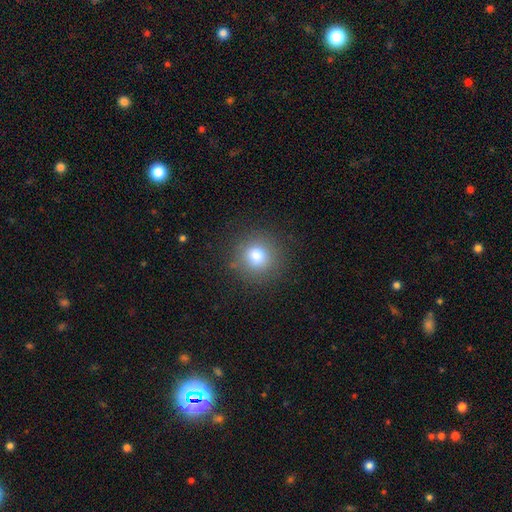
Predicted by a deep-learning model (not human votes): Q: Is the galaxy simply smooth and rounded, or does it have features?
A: smooth — 80%.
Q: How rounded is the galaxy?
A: round — 92%.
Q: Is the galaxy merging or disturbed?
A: none — 86%.